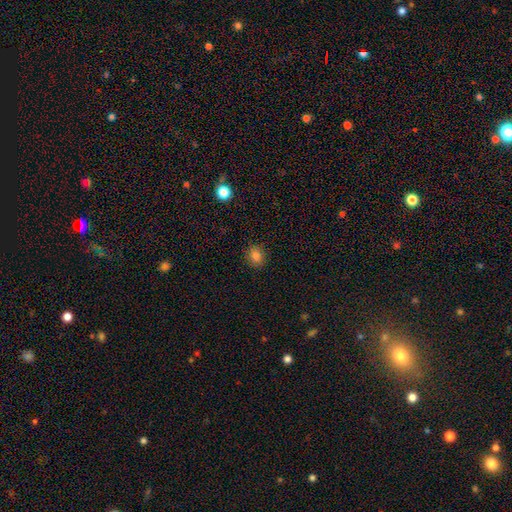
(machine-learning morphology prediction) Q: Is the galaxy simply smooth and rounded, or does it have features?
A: smooth — 83%.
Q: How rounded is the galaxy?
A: round — 66%.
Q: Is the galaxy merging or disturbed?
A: none — 89%.